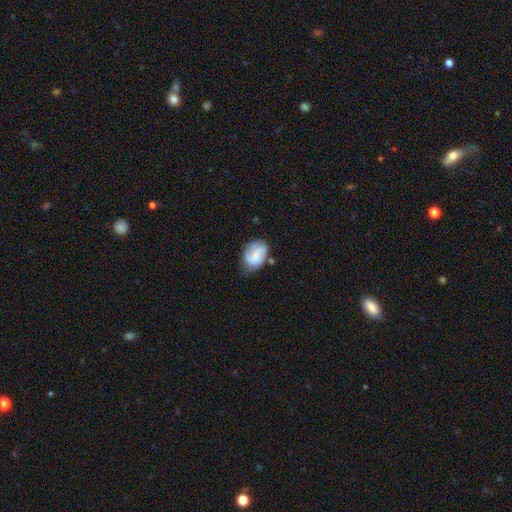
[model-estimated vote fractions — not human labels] smooth_or_featured: smooth (p=0.52) [alt: featured or disk p=0.40]
how_rounded: in between (p=0.70) [alt: round p=0.29]
merging: none (p=0.49) [alt: minor disturbance p=0.34]